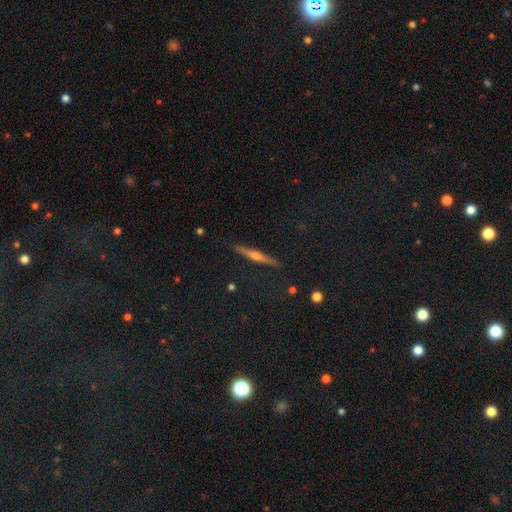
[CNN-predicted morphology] Q: Smooth or featured?
A: featured or disk (73%); runner-up: smooth (18%)
Q: Edge-on disk?
A: yes (98%); runner-up: no (2%)
Q: Edge-on bulge?
A: rounded (87%); runner-up: none (7%)
Q: Merging?
A: none (90%); runner-up: minor disturbance (7%)